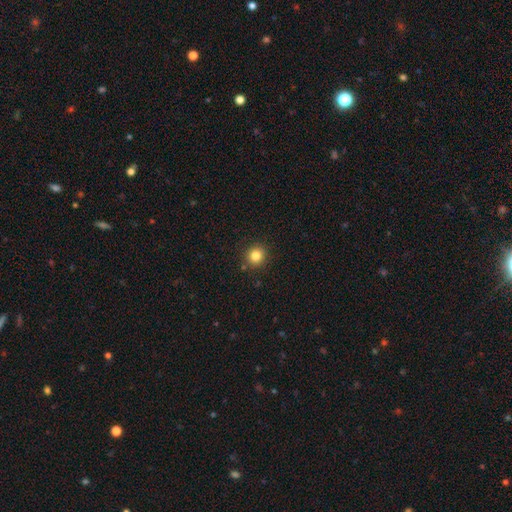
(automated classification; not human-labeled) smooth 83%, star or artifact 12%, featured or disk 5%. Down the decision tree: how rounded — round (90%); merging — none (89%).